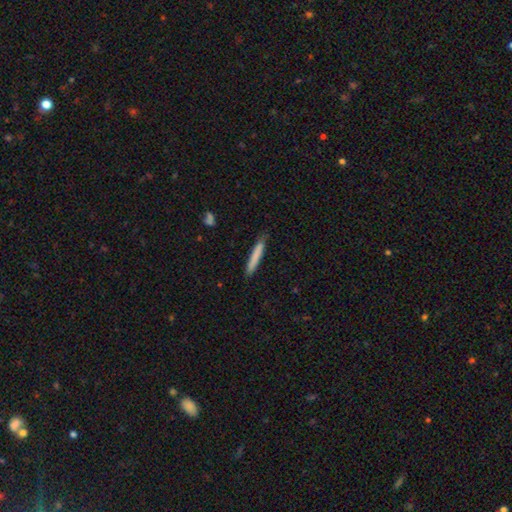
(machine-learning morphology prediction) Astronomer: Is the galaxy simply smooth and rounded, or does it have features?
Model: smooth — 79%.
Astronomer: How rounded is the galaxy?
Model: cigar-shaped — 95%.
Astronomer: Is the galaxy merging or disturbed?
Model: none — 84%.